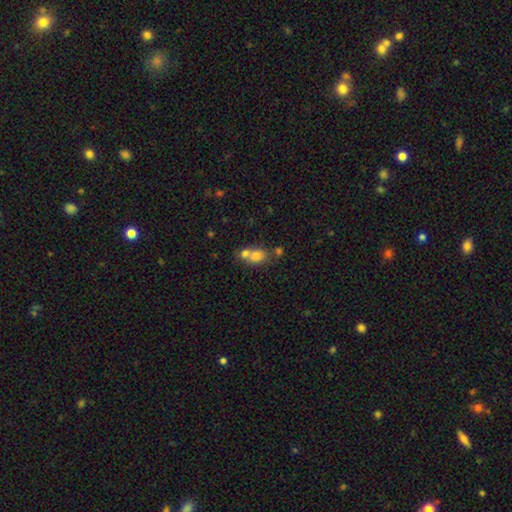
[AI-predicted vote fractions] A smooth galaxy with no disk features (75%) that is in between round and cigar-shaped (57%). Merging: merger (57%).